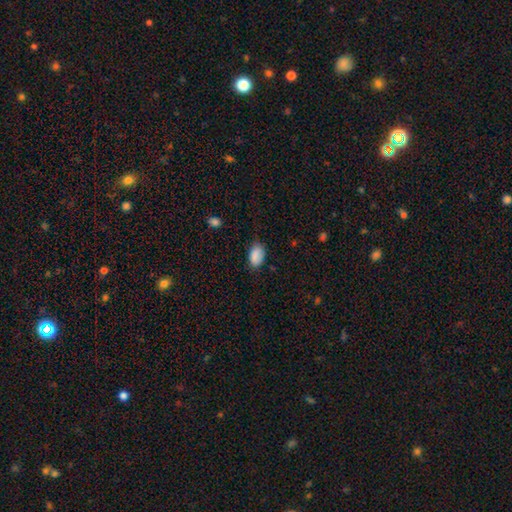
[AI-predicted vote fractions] Smooth or featured: smooth — 87% (star or artifact — 7%)
How rounded: in between — 91% (round — 8%)
Merging: none — 72% (minor disturbance — 23%)